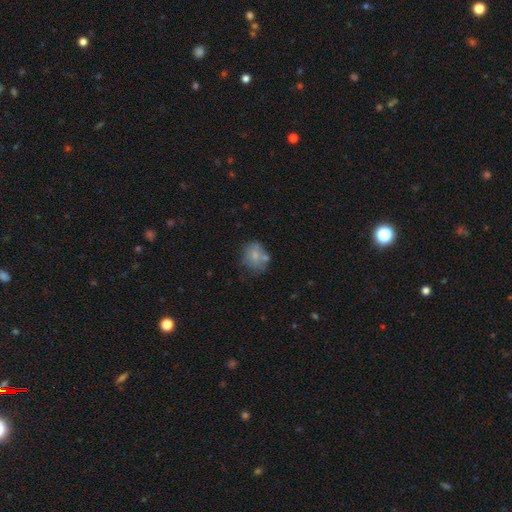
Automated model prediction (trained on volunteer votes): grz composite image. It shows a smooth galaxy with no disk features (67%) that is round (52%). Merging: none (48%).